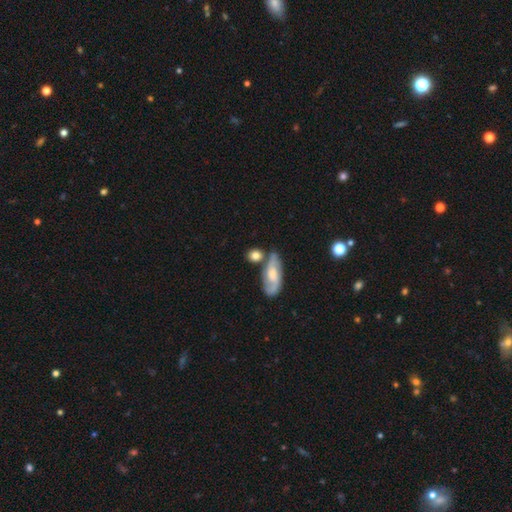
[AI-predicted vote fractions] smooth-or-featured: smooth: 70% | featured or disk: 22% | star or artifact: 8%
  how-rounded: round: 62% | in between: 34% | cigar-shaped: 5%
  merging: none: 59% | merger: 23% | minor disturbance: 13% | major disturbance: 5%